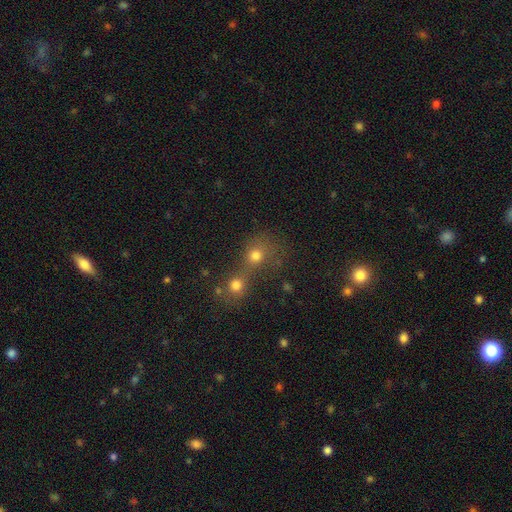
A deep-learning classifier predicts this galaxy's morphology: smooth-or-featured: smooth: 70% | star or artifact: 19% | featured or disk: 11%
  how-rounded: round: 81% | in between: 17% | cigar-shaped: 1%
  merging: merger: 57% | none: 32% | minor disturbance: 6% | major disturbance: 5%